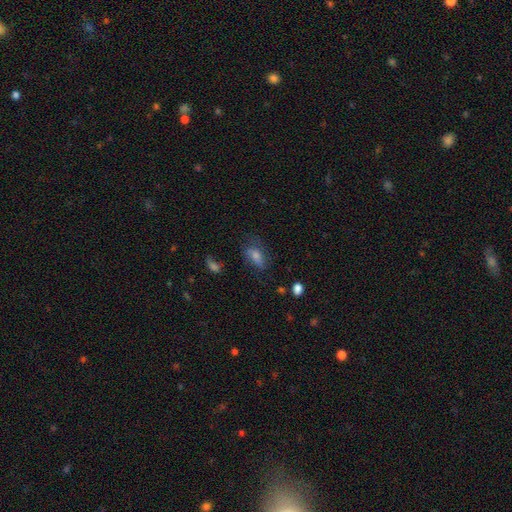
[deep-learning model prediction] This is possibly a smooth galaxy (55%). How rounded: likely in between (79%). Merging: possibly none (59%).